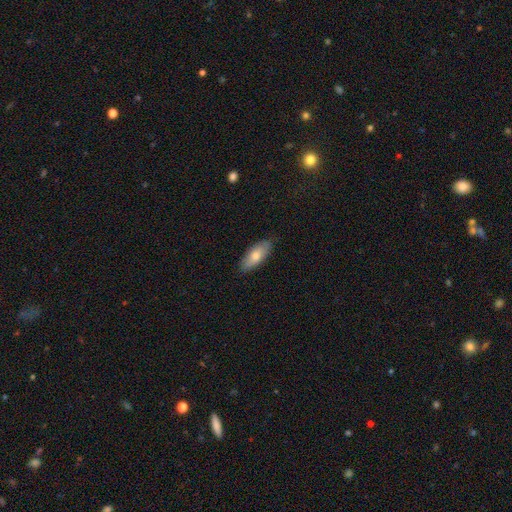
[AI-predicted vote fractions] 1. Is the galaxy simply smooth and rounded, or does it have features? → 76% smooth, 18% featured or disk, 6% star or artifact.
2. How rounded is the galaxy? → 78% in between, 20% cigar-shaped, 2% round.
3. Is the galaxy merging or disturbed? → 85% none, 12% minor disturbance, 2% major disturbance, 1% merger.